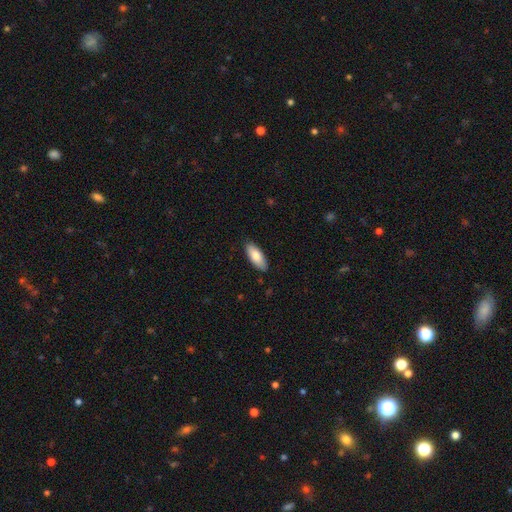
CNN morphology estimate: Smooth or featured? smooth (82%)
How rounded? in between (80%)
Merging? none (87%)